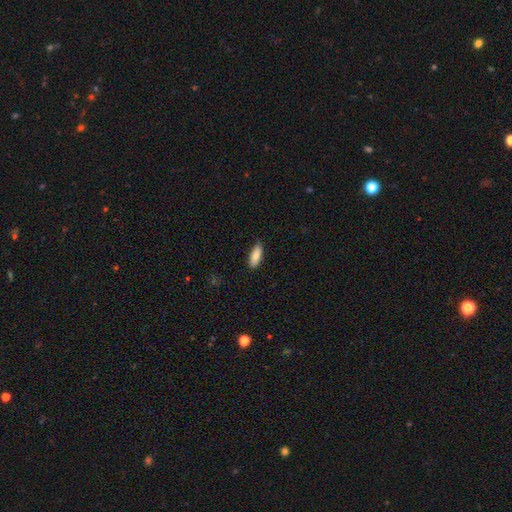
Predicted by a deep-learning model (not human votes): Smooth or featured?
  - smooth: 83% *
  - featured or disk: 11%
  - star or artifact: 6%
How rounded?
  - in between: 69% *
  - cigar-shaped: 30%
  - round: 2%
Merging?
  - none: 87% *
  - minor disturbance: 10%
  - major disturbance: 2%
  - merger: 1%